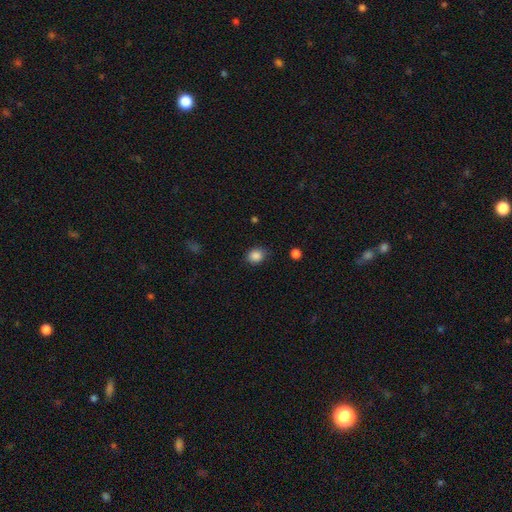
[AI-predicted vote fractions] Morphology: type=smooth (86%); roundness=round (61%); merging=none (80%).